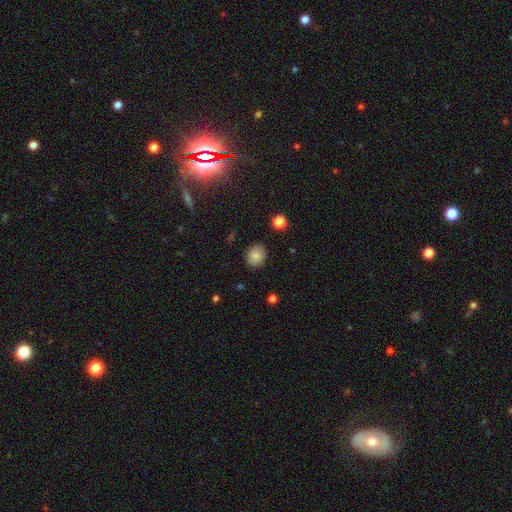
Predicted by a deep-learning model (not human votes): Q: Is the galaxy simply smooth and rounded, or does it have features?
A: smooth — 83%.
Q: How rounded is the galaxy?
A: round — 53%.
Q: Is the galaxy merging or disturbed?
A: none — 86%.